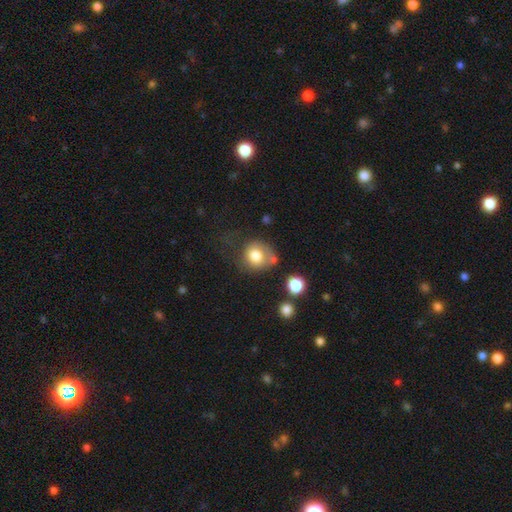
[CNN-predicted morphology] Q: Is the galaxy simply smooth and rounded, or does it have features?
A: smooth — 77%.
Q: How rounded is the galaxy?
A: round — 80%.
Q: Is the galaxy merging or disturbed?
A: none — 46%.